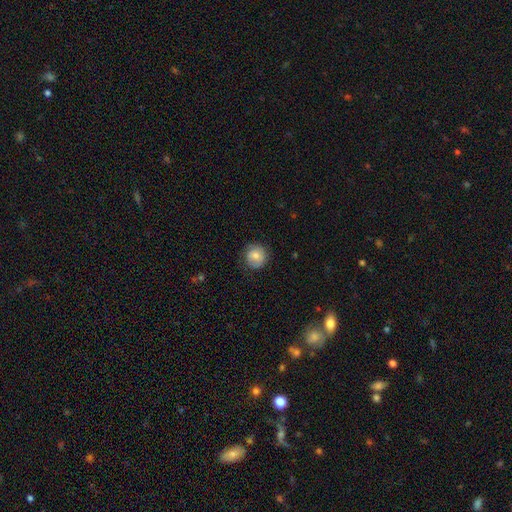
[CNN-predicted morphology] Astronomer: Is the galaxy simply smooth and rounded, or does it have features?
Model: smooth — 69%.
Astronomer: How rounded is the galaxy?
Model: round — 90%.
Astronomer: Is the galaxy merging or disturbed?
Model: none — 78%.